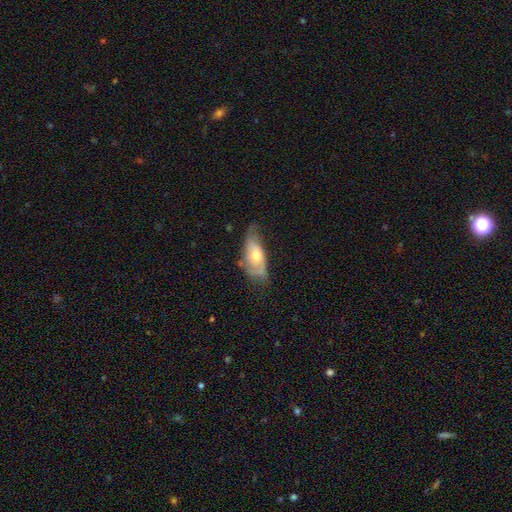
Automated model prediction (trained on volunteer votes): featured or disk 48%, smooth 45%, star or artifact 7%. Down the decision tree: merging — none (44%).